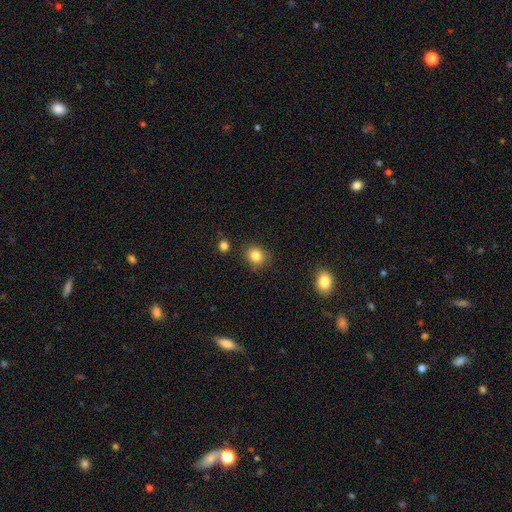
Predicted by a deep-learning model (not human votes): Overall: smooth (83%). How rounded: round (71%). Merging: none (82%).